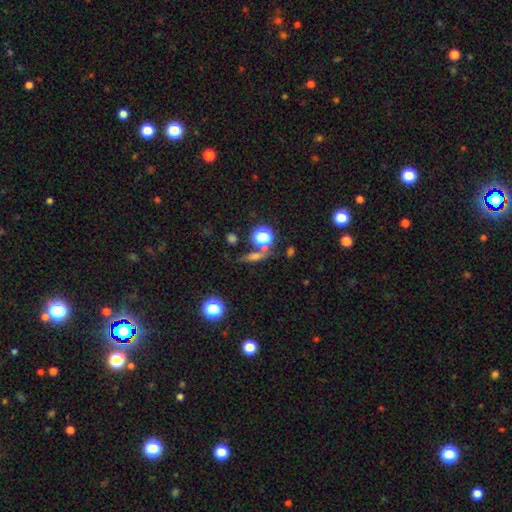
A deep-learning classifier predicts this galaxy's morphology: Smooth or featured? smooth (42%)
Merging? none (70%)